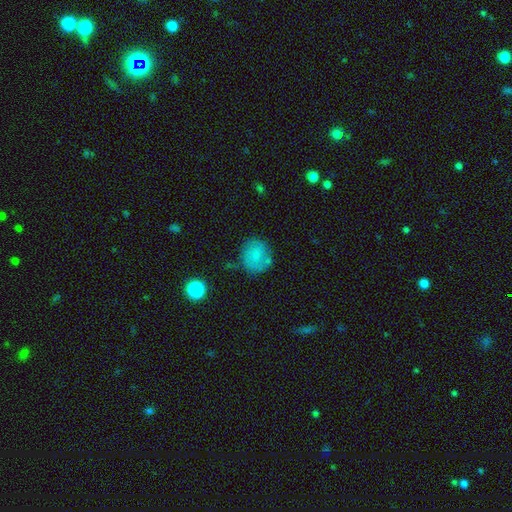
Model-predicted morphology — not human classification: Smooth or featured?
  - smooth: 71% *
  - featured or disk: 19%
  - star or artifact: 10%
How rounded?
  - round: 81% *
  - in between: 18%
  - cigar-shaped: 1%
Merging?
  - none: 65% *
  - minor disturbance: 20%
  - merger: 8%
  - major disturbance: 7%